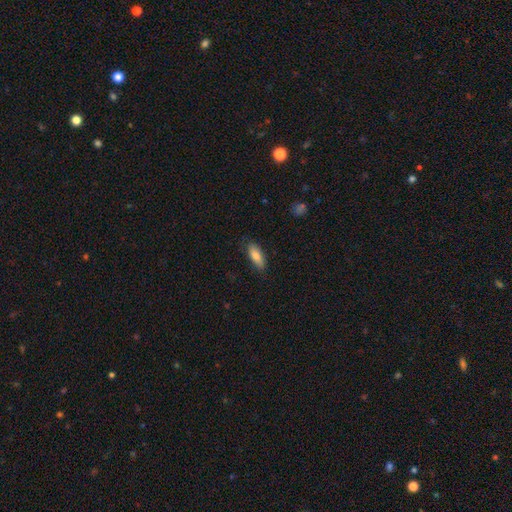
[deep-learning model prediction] Overall: smooth (79%). How rounded: in between (69%). Merging: none (80%).